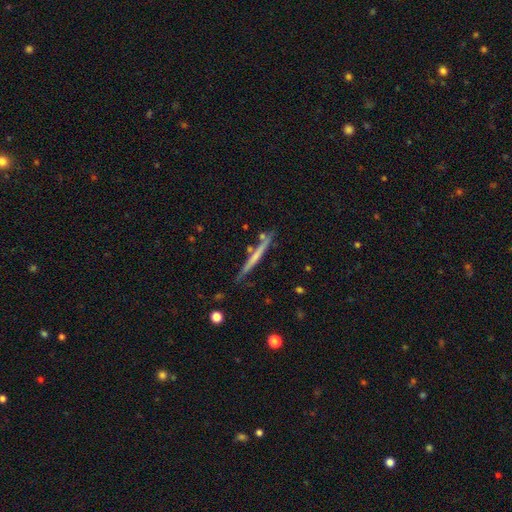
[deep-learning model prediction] Smooth or featured? featured or disk (50%)
Edge-on disk? yes (96%)
Merging? none (80%)